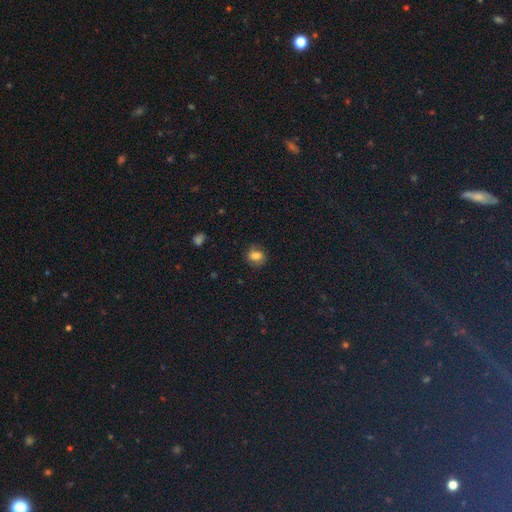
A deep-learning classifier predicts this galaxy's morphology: type=smooth (72%); roundness=round (51%); merging=none (75%).